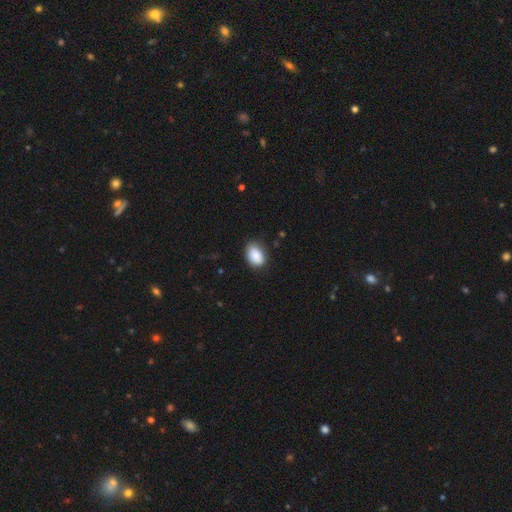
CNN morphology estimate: A smooth galaxy with no disk features (89%) that is in between round and cigar-shaped (81%). Merging: none (79%).